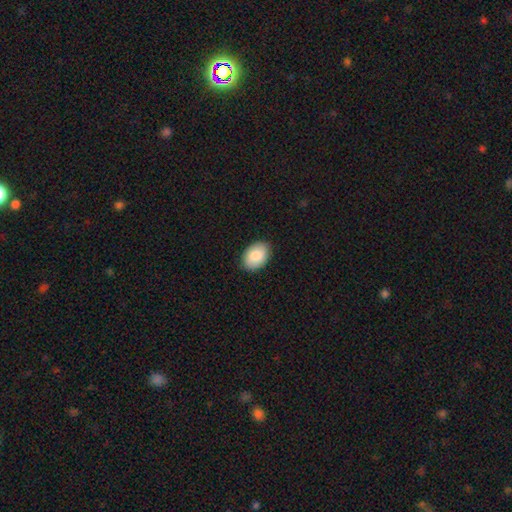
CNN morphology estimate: Overall: smooth (86%). How rounded: in between (83%). Merging: none (89%).